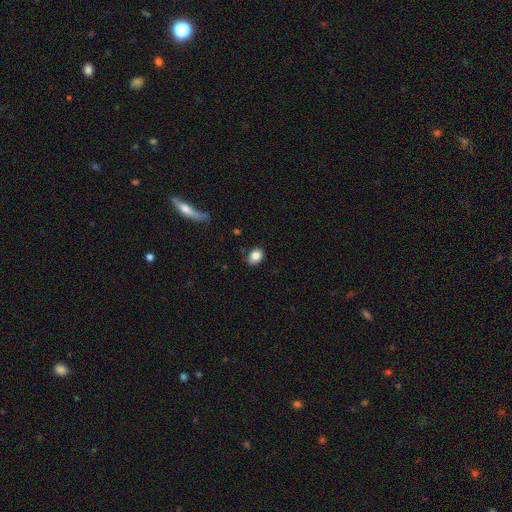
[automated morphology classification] Smooth or featured?
  - smooth: 83% *
  - star or artifact: 9%
  - featured or disk: 8%
How rounded?
  - in between: 67% *
  - round: 32%
  - cigar-shaped: 1%
Merging?
  - none: 83% *
  - minor disturbance: 13%
  - major disturbance: 3%
  - merger: 1%